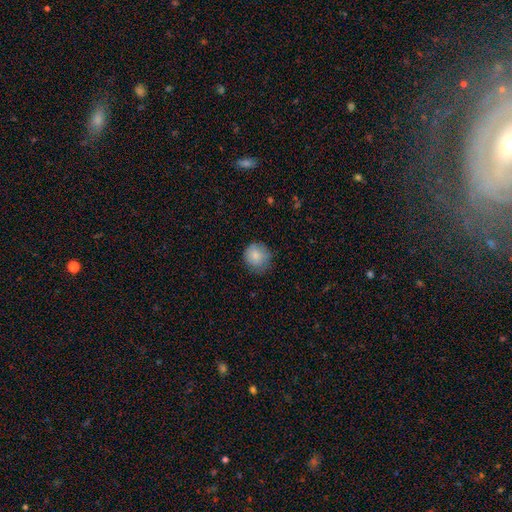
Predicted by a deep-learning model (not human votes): smooth-or-featured: smooth: 84% | featured or disk: 8% | star or artifact: 8%
  how-rounded: round: 87% | in between: 12% | cigar-shaped: 1%
  merging: none: 73% | minor disturbance: 21% | major disturbance: 5% | merger: 1%